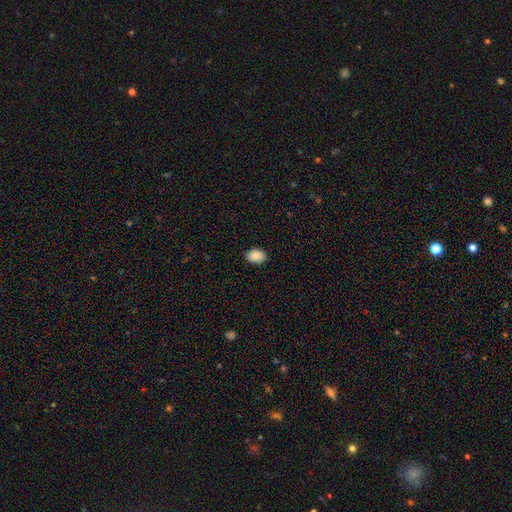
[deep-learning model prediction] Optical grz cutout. It shows a smooth galaxy with no disk features (89%) that is in between round and cigar-shaped (78%). Merging: none (88%).